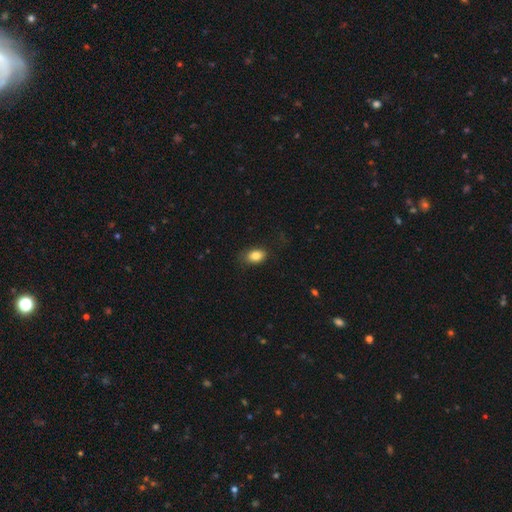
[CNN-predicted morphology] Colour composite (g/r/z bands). It shows a smooth galaxy with no disk features (84%) that is in between round and cigar-shaped (85%). Merging: none (79%).